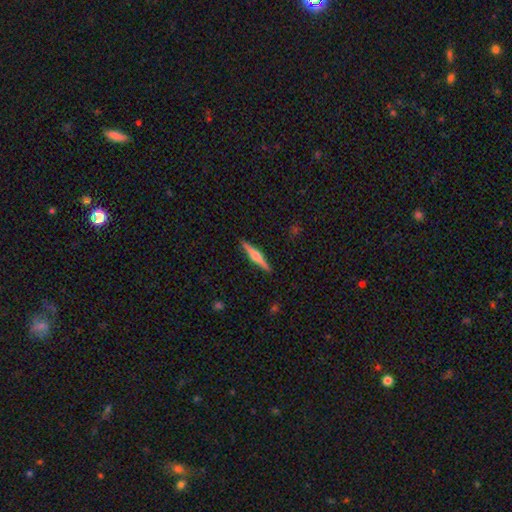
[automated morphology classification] Smooth or featured? Predicted: featured or disk (p=0.66). Edge-on disk? Predicted: yes (p=0.98). Edge-on bulge? Predicted: rounded (p=0.88). Merging? Predicted: none (p=0.91).